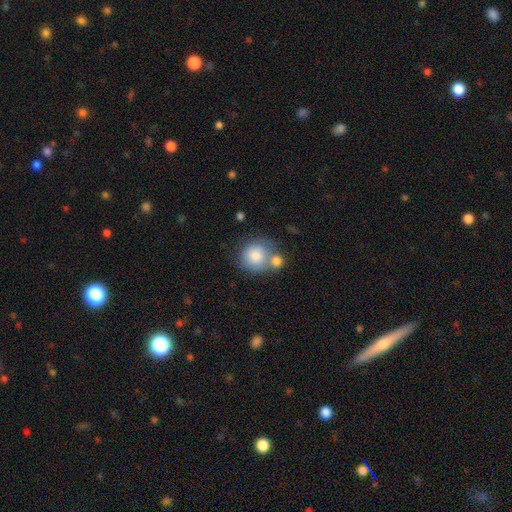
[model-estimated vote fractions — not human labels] smooth_or_featured: smooth (p=0.82) [alt: featured or disk p=0.11]
how_rounded: round (p=0.85) [alt: in between p=0.14]
merging: none (p=0.43) [alt: merger p=0.38]